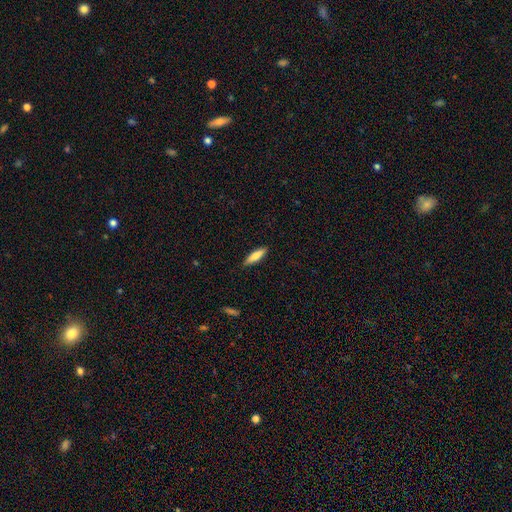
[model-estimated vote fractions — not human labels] Q: Smooth or featured?
A: smooth (72%); runner-up: featured or disk (22%)
Q: How rounded?
A: cigar-shaped (65%); runner-up: in between (33%)
Q: Merging?
A: none (87%); runner-up: minor disturbance (10%)